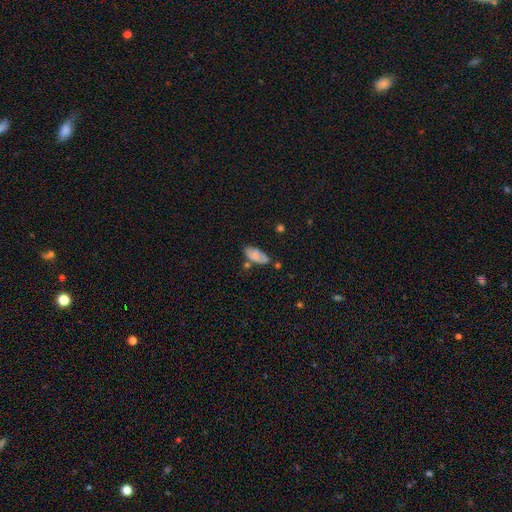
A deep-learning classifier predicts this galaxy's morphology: type=smooth (75%); roundness=in between (89%); merging=none (57%).